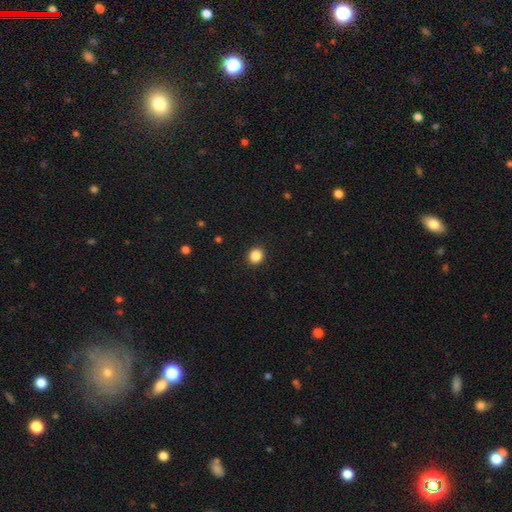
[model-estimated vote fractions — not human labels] smooth_or_featured: smooth (p=0.86) [alt: star or artifact p=0.10]
how_rounded: round (p=0.87) [alt: in between p=0.12]
merging: none (p=0.92) [alt: minor disturbance p=0.05]